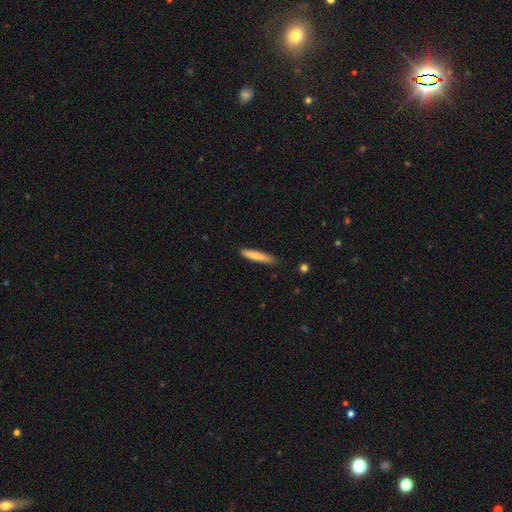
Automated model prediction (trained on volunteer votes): Smooth or featured?
  - smooth: 76% *
  - featured or disk: 18%
  - star or artifact: 6%
How rounded?
  - cigar-shaped: 91% *
  - in between: 8%
  - round: 1%
Merging?
  - none: 87% *
  - minor disturbance: 10%
  - major disturbance: 2%
  - merger: 1%